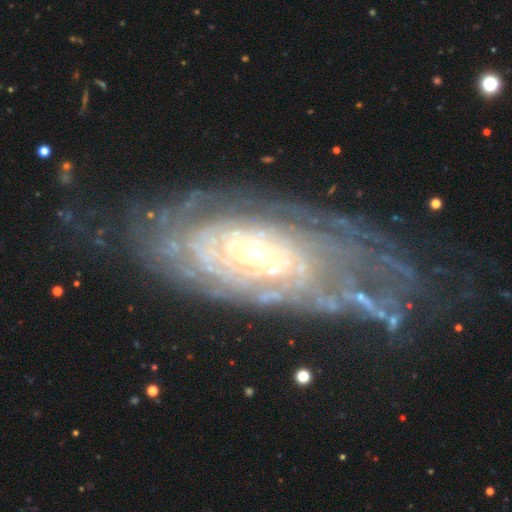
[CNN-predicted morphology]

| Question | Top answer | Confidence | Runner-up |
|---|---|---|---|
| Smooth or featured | featured or disk | 85% | smooth (8%) |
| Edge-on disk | no | 92% | yes (8%) |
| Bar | no | 68% | weak (23%) |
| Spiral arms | yes | 91% | no (9%) |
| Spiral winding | tight | 78% | medium (17%) |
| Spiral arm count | can't tell | 49% | more than 4 (15%) |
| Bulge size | small | 59% | moderate (34%) |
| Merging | none | 61% | minor disturbance (20%) |